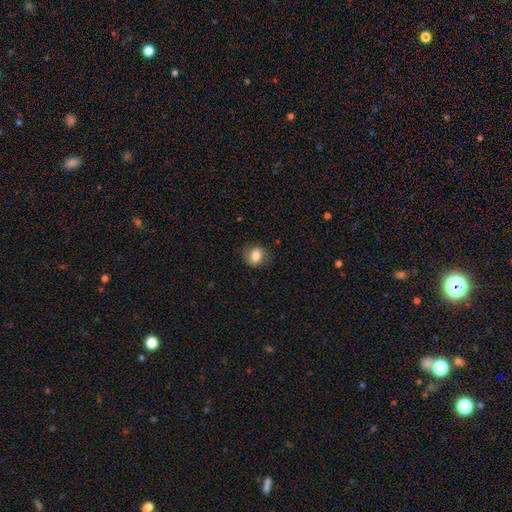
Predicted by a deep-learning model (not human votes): Smooth or featured: smooth — 82% (featured or disk — 9%)
How rounded: round — 55% (in between — 44%)
Merging: none — 81% (minor disturbance — 14%)